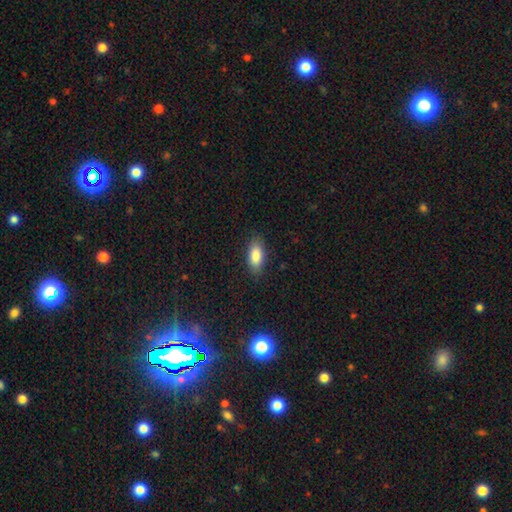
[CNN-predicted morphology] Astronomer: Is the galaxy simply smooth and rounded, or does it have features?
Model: smooth — 86%.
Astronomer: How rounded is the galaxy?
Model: in between — 88%.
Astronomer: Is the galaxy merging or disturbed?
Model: none — 85%.